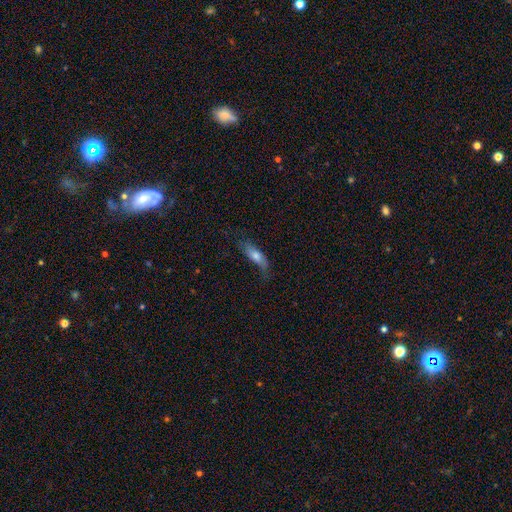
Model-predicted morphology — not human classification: Q: Smooth or featured?
A: smooth (68%); runner-up: featured or disk (25%)
Q: How rounded?
A: in between (55%); runner-up: cigar-shaped (42%)
Q: Merging?
A: none (61%); runner-up: minor disturbance (28%)